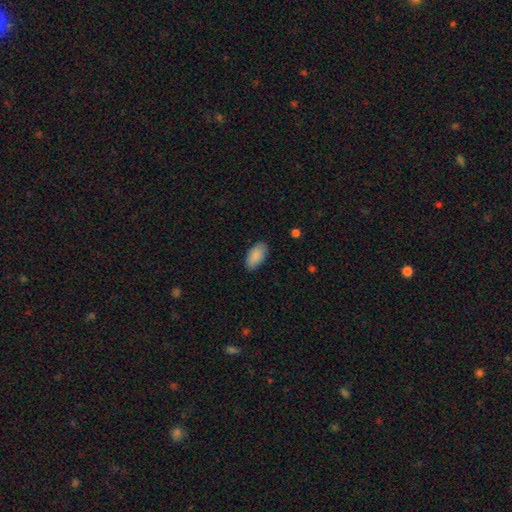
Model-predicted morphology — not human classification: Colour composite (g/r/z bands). It shows a smooth galaxy with no disk features (89%) that is in between round and cigar-shaped (95%). Merging: none (86%).